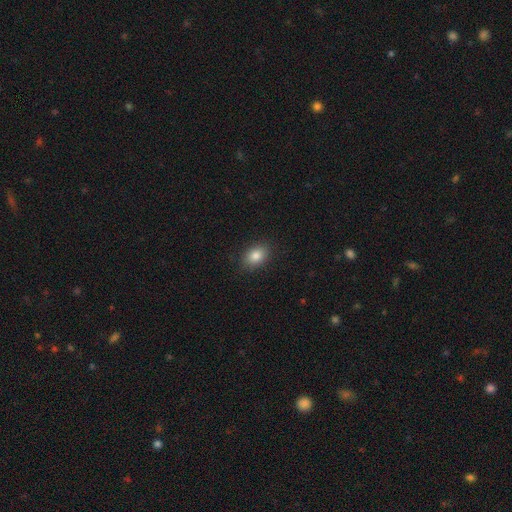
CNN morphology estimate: A smooth galaxy with no disk features (84%) that is in between round and cigar-shaped (75%).

Vote fractions:
- Smooth or featured? smooth: 84% / star or artifact: 9% / featured or disk: 7%
- How rounded? in between: 75% / round: 24% / cigar-shaped: 1%
- Merging? none: 88% / minor disturbance: 9% / major disturbance: 2% / merger: 1%